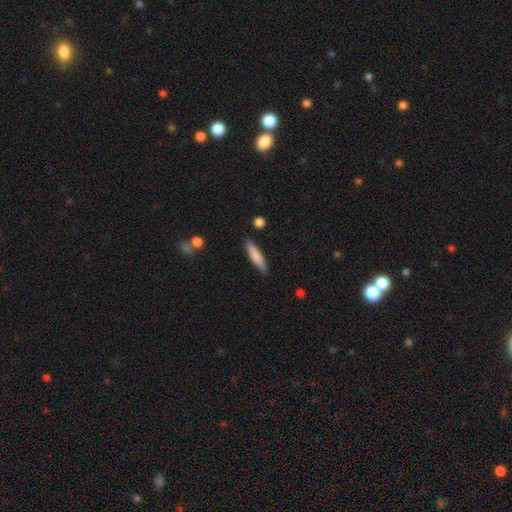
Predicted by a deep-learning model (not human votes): This is likely a smooth galaxy (79%). How rounded: clearly cigar-shaped (83%). Merging: clearly none (88%).